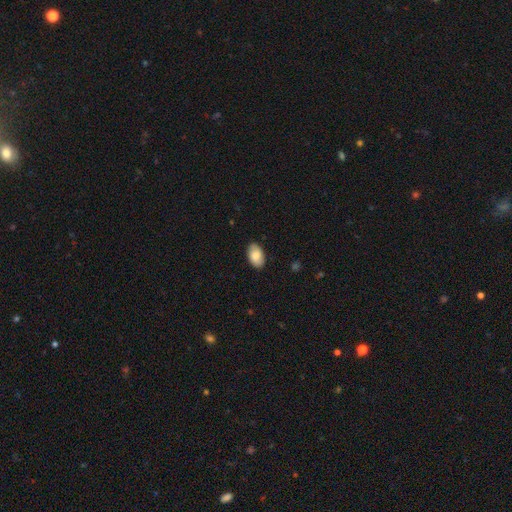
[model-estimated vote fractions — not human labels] Smooth or featured?
  - smooth: 82% *
  - featured or disk: 11%
  - star or artifact: 6%
How rounded?
  - in between: 94% *
  - round: 5%
  - cigar-shaped: 1%
Merging?
  - none: 87% *
  - minor disturbance: 10%
  - major disturbance: 2%
  - merger: 1%